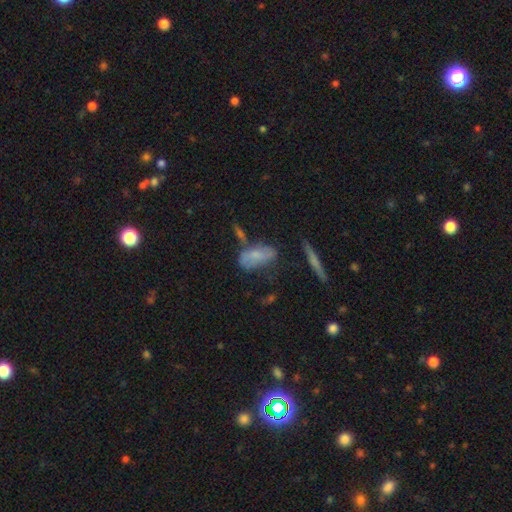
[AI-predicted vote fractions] Smooth or featured: smooth — 60% (featured or disk — 30%)
How rounded: in between — 84% (cigar-shaped — 12%)
Merging: none — 43% (minor disturbance — 25%)